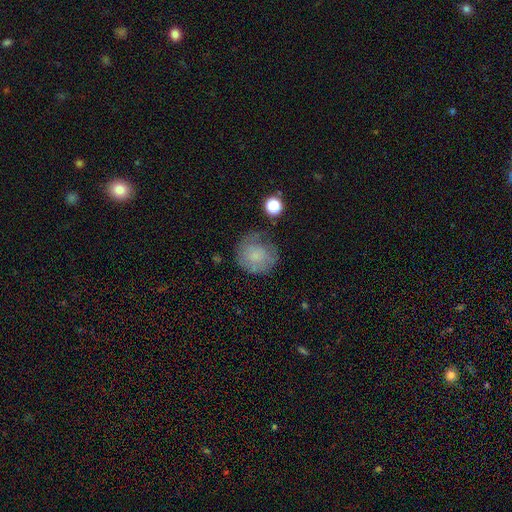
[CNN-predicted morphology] smooth 68%, featured or disk 23%, star or artifact 9%. Down the decision tree: how rounded — round (85%); merging — none (52%).